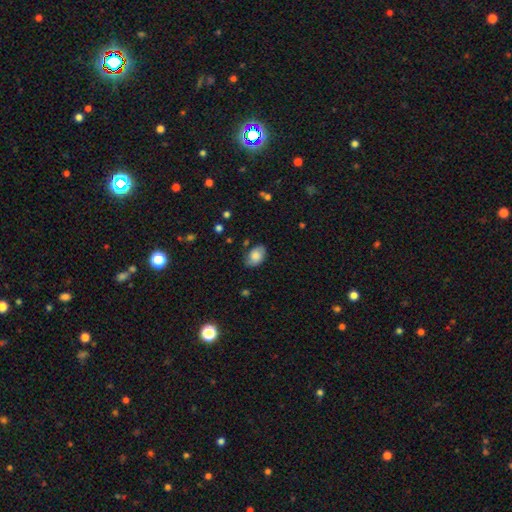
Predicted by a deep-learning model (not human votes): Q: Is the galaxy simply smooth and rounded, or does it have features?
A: smooth — 75%.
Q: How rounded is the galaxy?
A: in between — 86%.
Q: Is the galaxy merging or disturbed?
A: none — 73%.